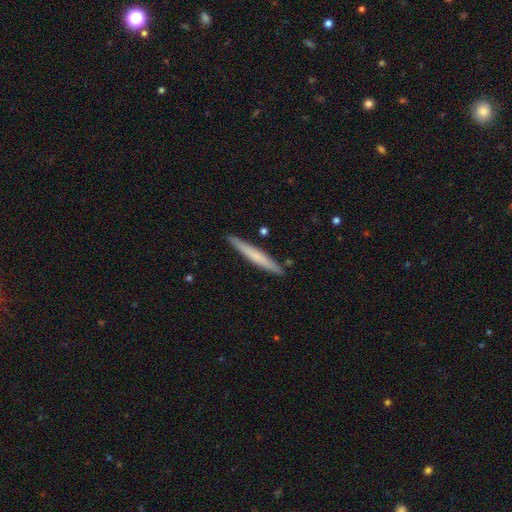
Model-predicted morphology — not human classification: A smooth galaxy with no disk features (59%) that is cigar-shaped (96%). Merging: none (90%).